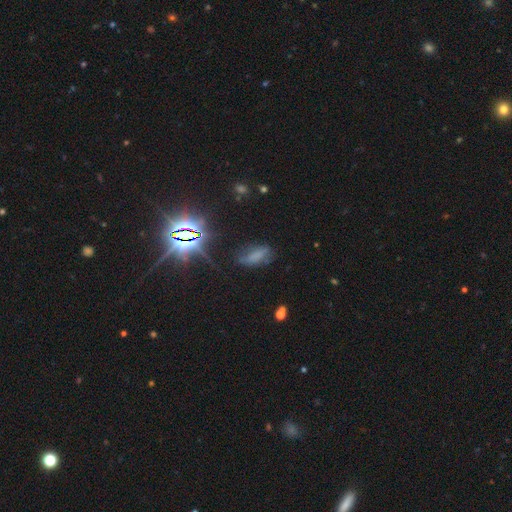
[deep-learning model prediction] A smooth galaxy with no disk features (50%) that is in between round and cigar-shaped (74%).

Vote fractions:
- Smooth or featured? smooth: 50% / star or artifact: 30% / featured or disk: 20%
- How rounded? in between: 74% / cigar-shaped: 22% / round: 4%
- Merging? none: 57% / minor disturbance: 25% / major disturbance: 15% / merger: 3%